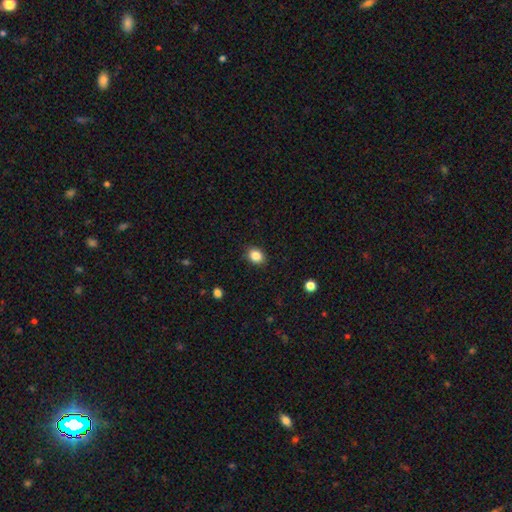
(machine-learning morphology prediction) The model was most divided on "how rounded": round: 50%, in between: 49%, cigar-shaped: 1%. More confident: merging — none (89%); smooth or featured — smooth (85%).